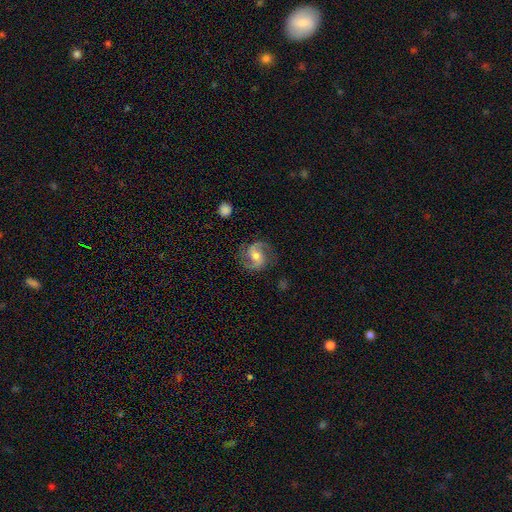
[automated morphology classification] The model was most divided on "bar": no: 43%, weak: 41%, strong: 16%. More confident: edge-on disk — no (98%); spiral arms — yes (97%); spiral arm count — 2 (93%); smooth or featured — featured or disk (87%); merging — none (81%); bulge size — moderate (65%); spiral winding — medium (56%).